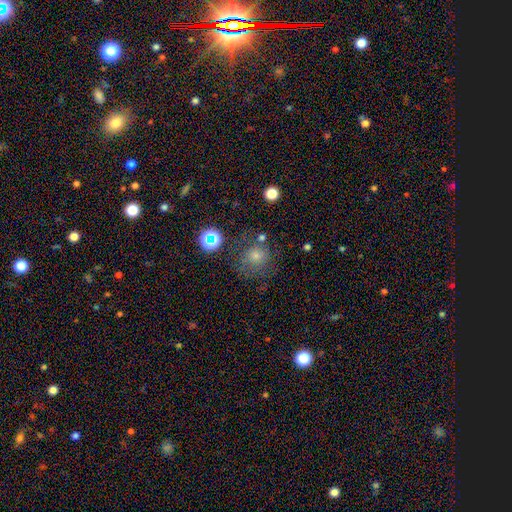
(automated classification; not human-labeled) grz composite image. It shows a smooth galaxy with no disk features (57%) that is round (89%). Merging: none (69%).